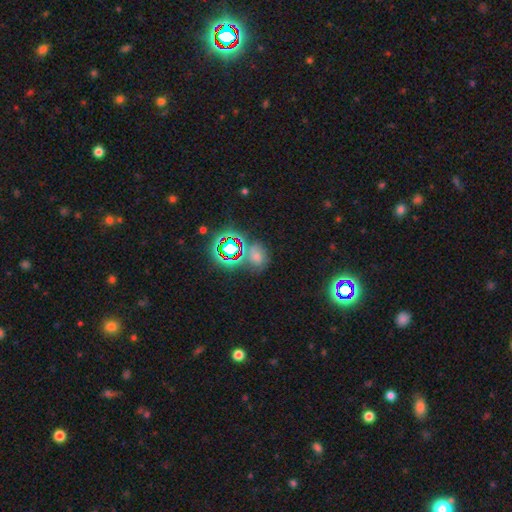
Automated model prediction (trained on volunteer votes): smooth-or-featured: star or artifact: 45% | smooth: 42% | featured or disk: 13%